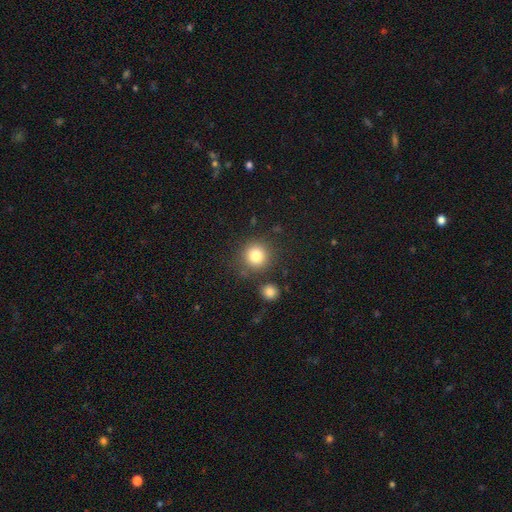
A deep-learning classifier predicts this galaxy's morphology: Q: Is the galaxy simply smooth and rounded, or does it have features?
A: smooth — 82%.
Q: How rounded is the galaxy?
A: round — 92%.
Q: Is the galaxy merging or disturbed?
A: none — 81%.